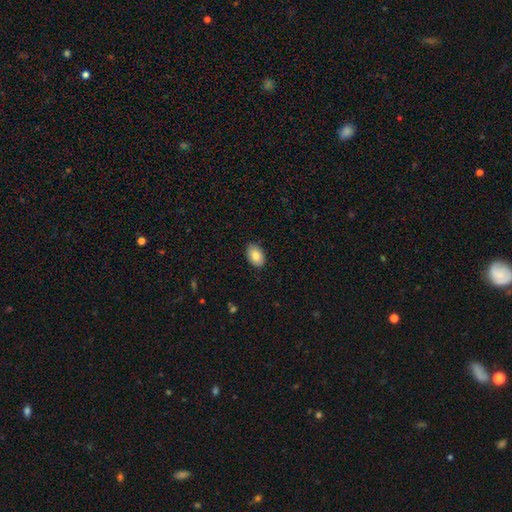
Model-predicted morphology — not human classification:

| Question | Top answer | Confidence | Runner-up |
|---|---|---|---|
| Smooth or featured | smooth | 83% | featured or disk (10%) |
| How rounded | in between | 88% | round (11%) |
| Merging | none | 87% | minor disturbance (11%) |